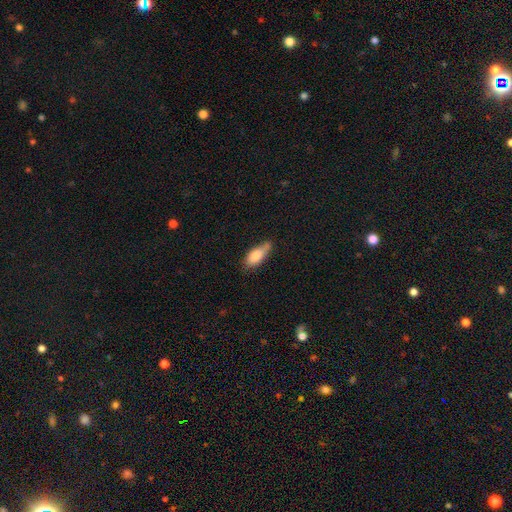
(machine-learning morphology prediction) The model was most divided on "merging": none: 51%, minor disturbance: 36%, major disturbance: 8%, merger: 5%. More confident: smooth or featured — smooth (81%); how rounded — in between (78%).